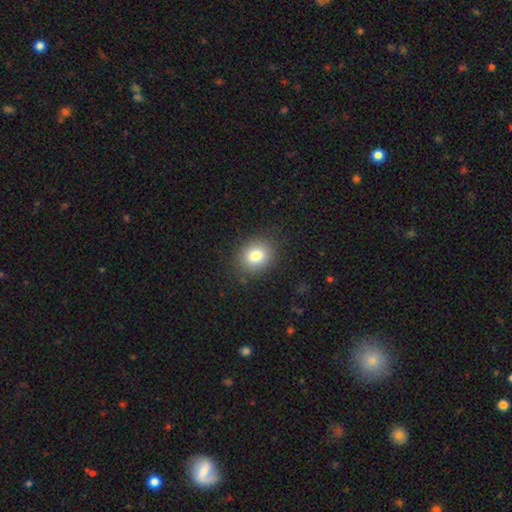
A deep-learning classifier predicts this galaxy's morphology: type=smooth (80%); roundness=round (64%); merging=none (86%).